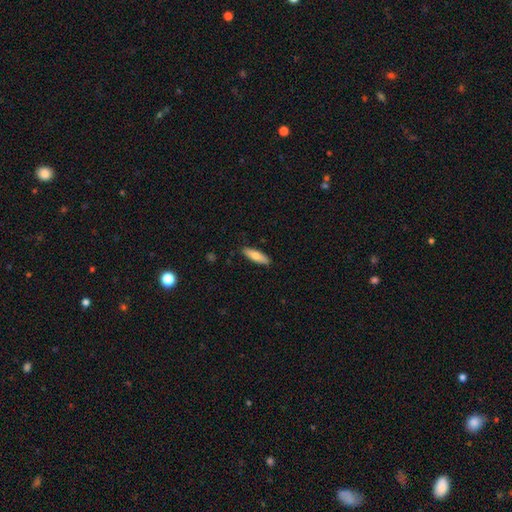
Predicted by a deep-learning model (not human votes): A smooth galaxy with no disk features (75%) that is cigar-shaped (54%). Merging: none (89%).